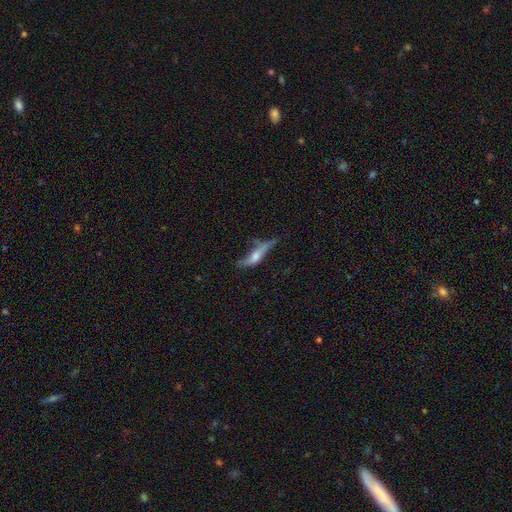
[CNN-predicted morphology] Smooth or featured?
  - featured or disk: 52% *
  - smooth: 39%
  - star or artifact: 9%
Edge-on disk?
  - yes: 71% *
  - no: 29%
Merging?
  - none: 37% *
  - minor disturbance: 29%
  - major disturbance: 27%
  - merger: 7%